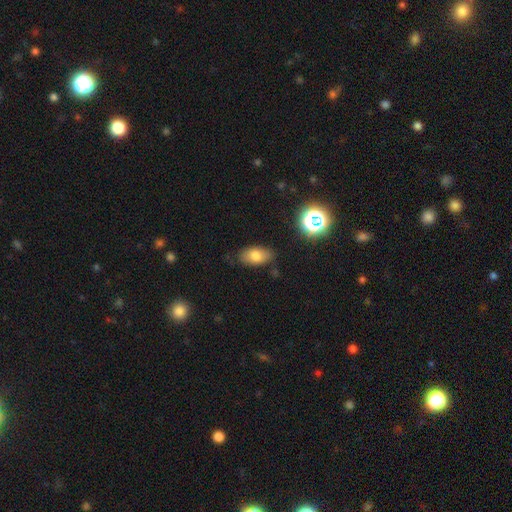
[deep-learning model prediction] Smooth or featured: smooth — 76% (featured or disk — 13%)
How rounded: in between — 90% (round — 6%)
Merging: none — 79% (minor disturbance — 15%)